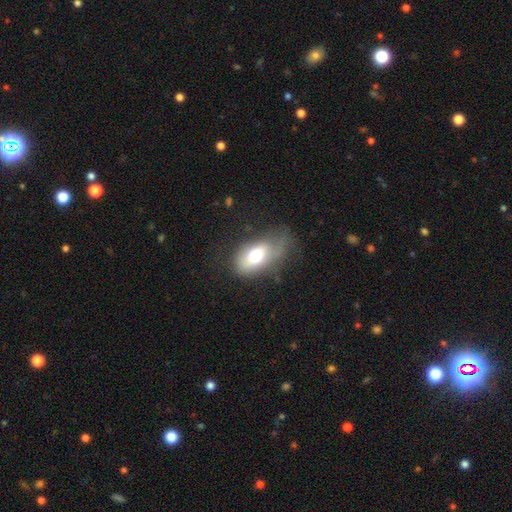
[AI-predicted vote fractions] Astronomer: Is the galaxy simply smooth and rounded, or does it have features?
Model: smooth — 64%.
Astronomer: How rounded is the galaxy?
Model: in between — 87%.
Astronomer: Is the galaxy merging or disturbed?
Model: none — 42% (runner-up: minor disturbance, 31%).